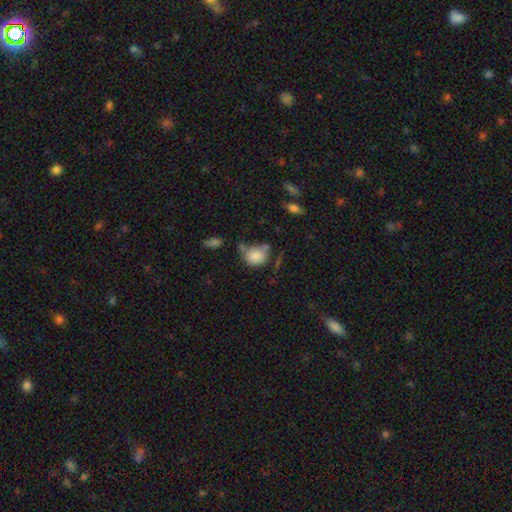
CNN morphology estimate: A smooth galaxy with no disk features (82%) that is round (62%). Merging: none (40%).